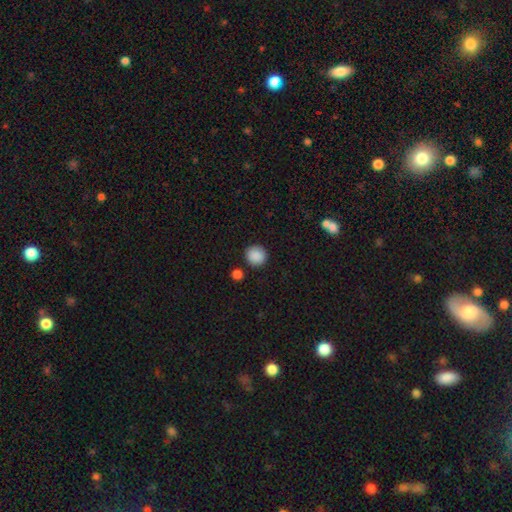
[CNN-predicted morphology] smooth 89%, star or artifact 8%, featured or disk 3%. Down the decision tree: how rounded — round (92%); merging — none (87%).